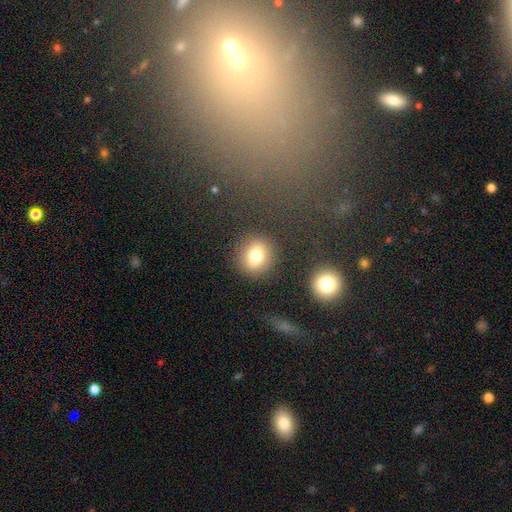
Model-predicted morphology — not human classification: This is likely a smooth galaxy (75%). How rounded: likely round (79%). Merging: clearly none (86%).